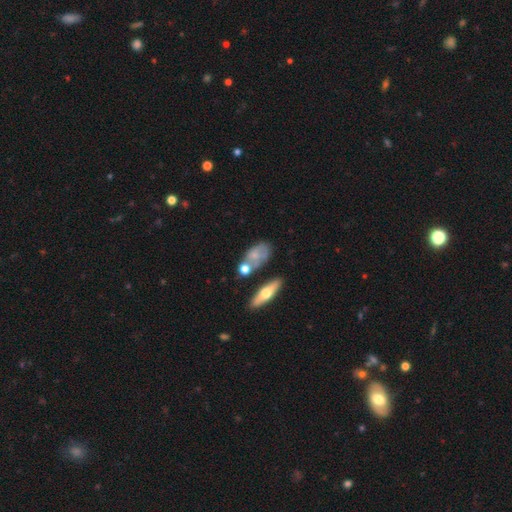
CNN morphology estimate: The model was most divided on "smooth or featured": smooth: 55%, featured or disk: 37%, star or artifact: 9%. Remaining: how rounded — in between (80%); merging — none (45%).